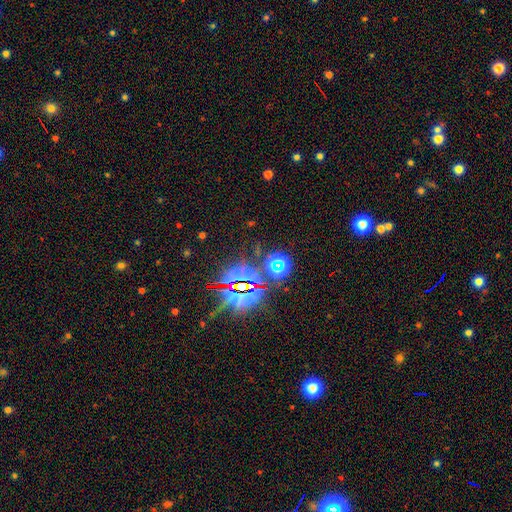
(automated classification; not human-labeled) A star or artifact, not a galaxy (82%).